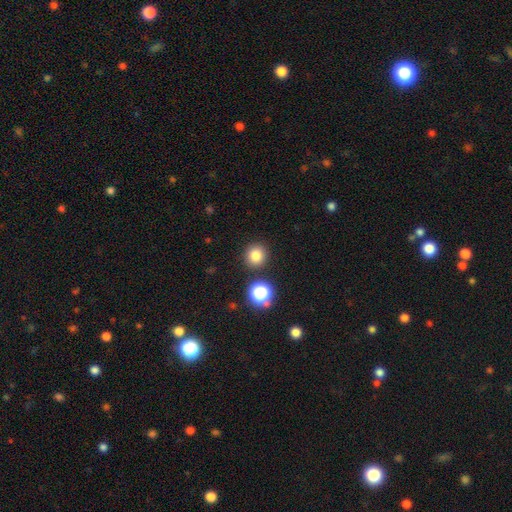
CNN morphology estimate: Smooth or featured? Predicted: smooth (p=0.79). How rounded? Predicted: round (p=0.90). Merging? Predicted: none (p=0.87).